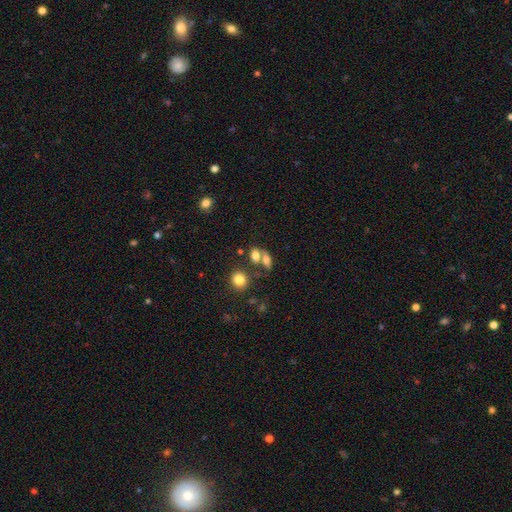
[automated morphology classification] This is likely a smooth galaxy (72%). How rounded: likely in between (69%). Merging: marginally none (45%).